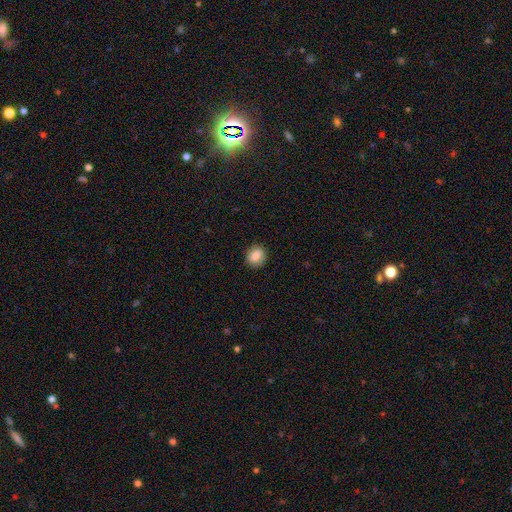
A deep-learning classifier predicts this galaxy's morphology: smooth-or-featured: smooth: 81% | featured or disk: 10% | star or artifact: 9%
  how-rounded: round: 78% | in between: 21% | cigar-shaped: 1%
  merging: none: 87% | minor disturbance: 9% | major disturbance: 2% | merger: 1%